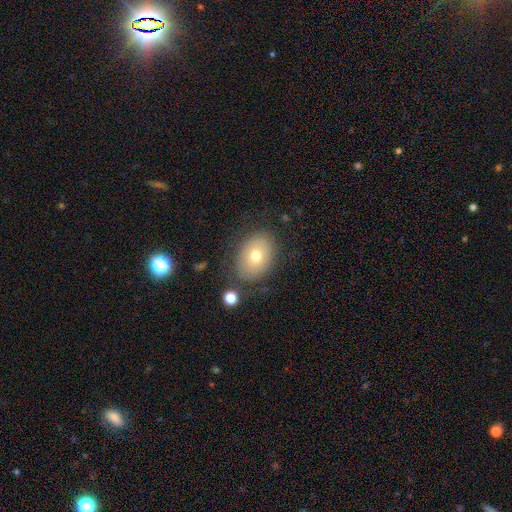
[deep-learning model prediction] Smooth or featured? Predicted: smooth (p=0.68). How rounded? Predicted: in between (p=0.71). Merging? Predicted: none (p=0.78).